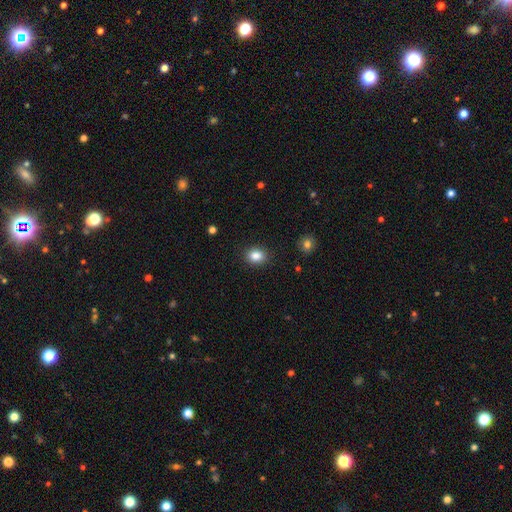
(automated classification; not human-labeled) Smooth or featured? Predicted: smooth (p=0.86). How rounded? Predicted: in between (p=0.50, tied with round). Merging? Predicted: none (p=0.88).